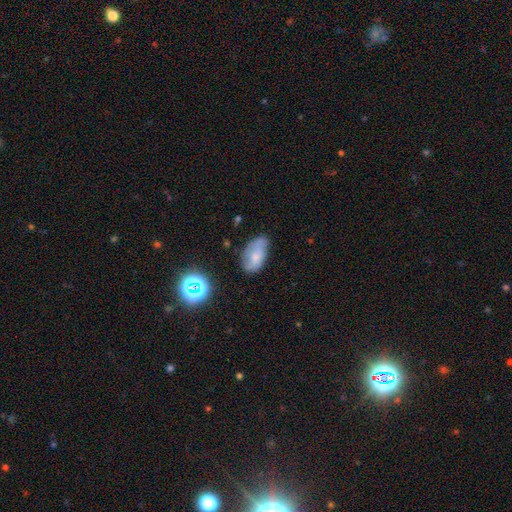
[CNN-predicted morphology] This appears to be a smooth galaxy with no disk features (61%) that is in between round and cigar-shaped (91%). Merging: none (51%).